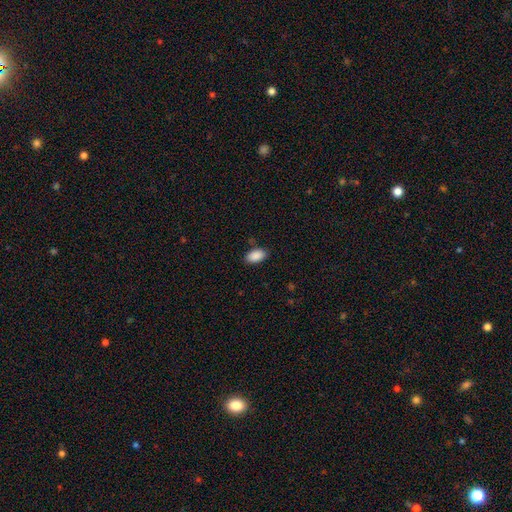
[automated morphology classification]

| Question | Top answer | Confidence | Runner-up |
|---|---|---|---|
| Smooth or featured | smooth | 90% | star or artifact (7%) |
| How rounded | in between | 94% | round (4%) |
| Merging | none | 84% | minor disturbance (12%) |